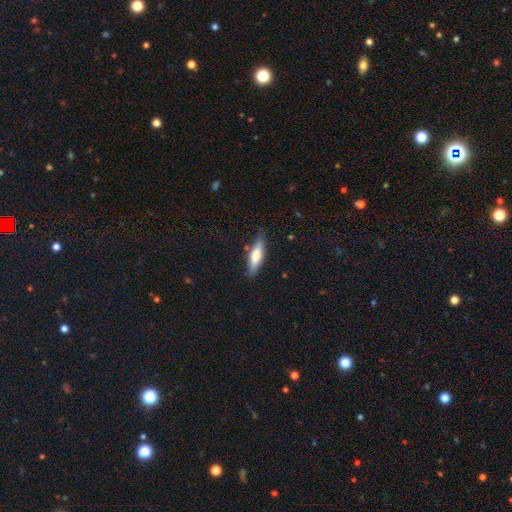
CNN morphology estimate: smooth-or-featured: smooth: 62% | featured or disk: 32% | star or artifact: 6%
  how-rounded: cigar-shaped: 60% | in between: 38% | round: 2%
  merging: none: 80% | minor disturbance: 15% | major disturbance: 3% | merger: 2%